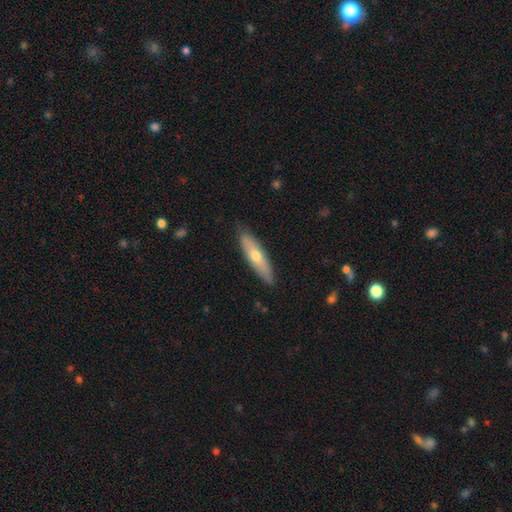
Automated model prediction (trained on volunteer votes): A smooth galaxy with no disk features (57%) that is cigar-shaped (70%). Merging: none (86%).